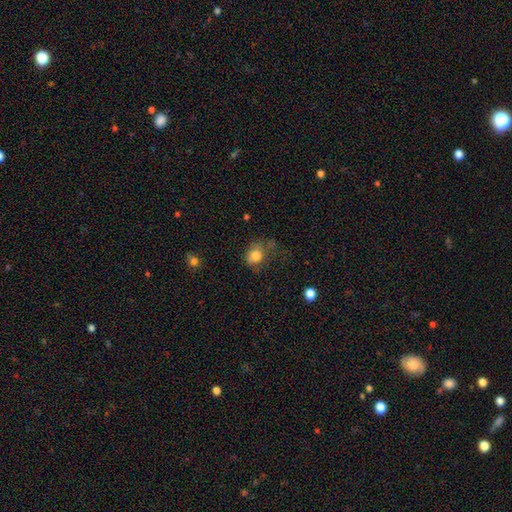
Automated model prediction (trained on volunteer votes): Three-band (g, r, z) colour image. It shows a smooth galaxy with no disk features (79%) that is round (57%). Merging: none (43%).